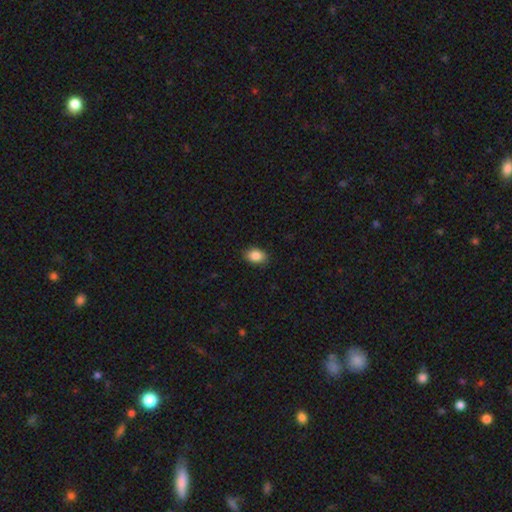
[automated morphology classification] Smooth or featured? Predicted: smooth (p=0.87). How rounded? Predicted: in between (p=0.80). Merging? Predicted: none (p=0.88).